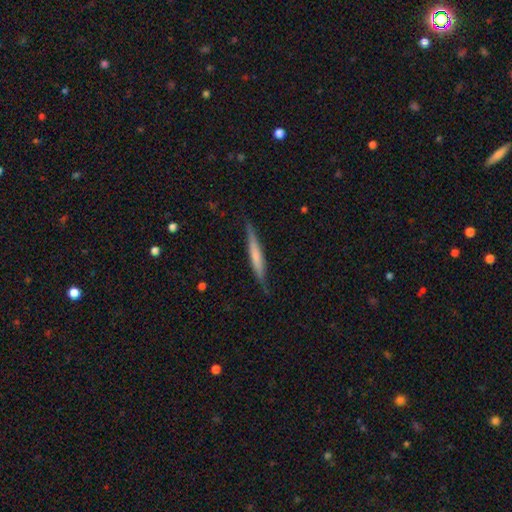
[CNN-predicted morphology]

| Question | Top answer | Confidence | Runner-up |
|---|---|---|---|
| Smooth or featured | smooth | 53% | featured or disk (42%) |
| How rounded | cigar-shaped | 94% | in between (4%) |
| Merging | none | 82% | minor disturbance (14%) |